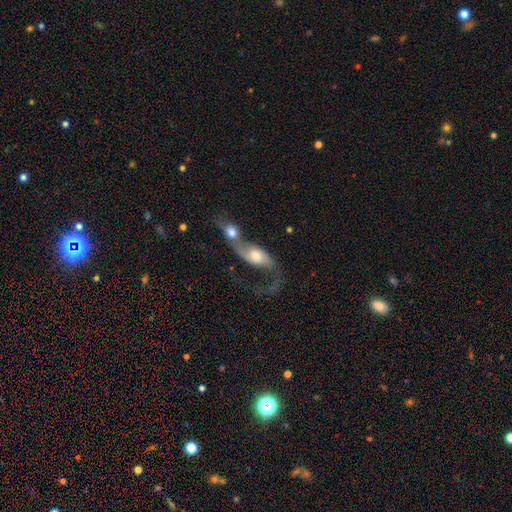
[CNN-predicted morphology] smooth-or-featured: featured or disk: 59% | smooth: 33% | star or artifact: 8%
  disk-edge-on: no: 90% | yes: 10%
    bar: no: 64% | weak: 28% | strong: 8%
    has-spiral-arms: yes: 77% | no: 23%
    bulge-size: moderate: 49% | large: 26% | small: 17% | none: 5% | dominant: 4%
  merging: merger: 72% | major disturbance: 12% | none: 11% | minor disturbance: 5%